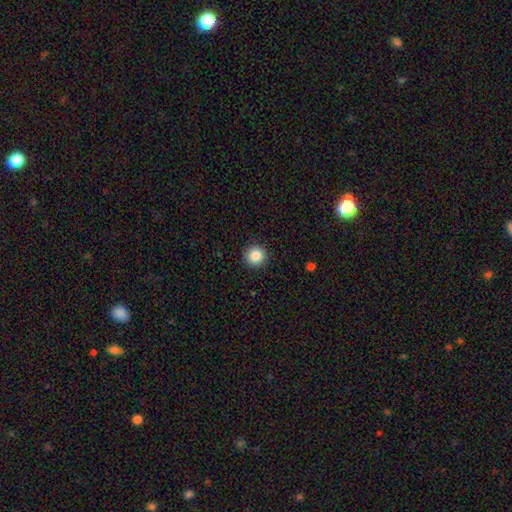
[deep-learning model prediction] This is clearly a smooth galaxy (86%). How rounded: clearly round (96%). Merging: clearly none (93%).